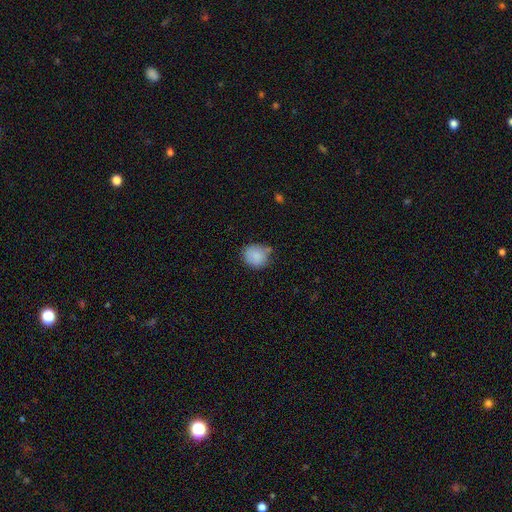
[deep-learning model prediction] smooth 85%, star or artifact 8%, featured or disk 6%. Down the decision tree: how rounded — round (76%); merging — none (65%).